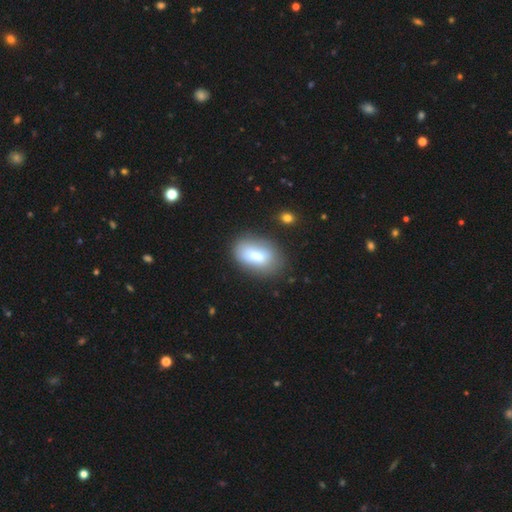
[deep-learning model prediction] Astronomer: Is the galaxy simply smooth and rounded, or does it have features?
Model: smooth — 74%.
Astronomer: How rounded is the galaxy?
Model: in between — 89%.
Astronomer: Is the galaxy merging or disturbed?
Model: none — 61%.